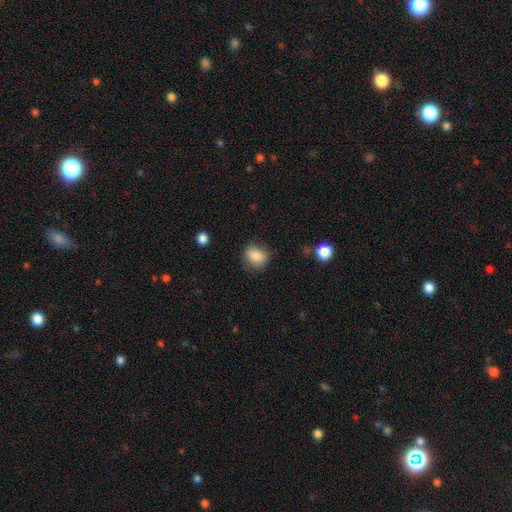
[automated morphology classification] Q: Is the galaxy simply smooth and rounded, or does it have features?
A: smooth — 85%.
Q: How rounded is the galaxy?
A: round — 51%.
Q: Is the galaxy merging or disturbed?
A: none — 74%.